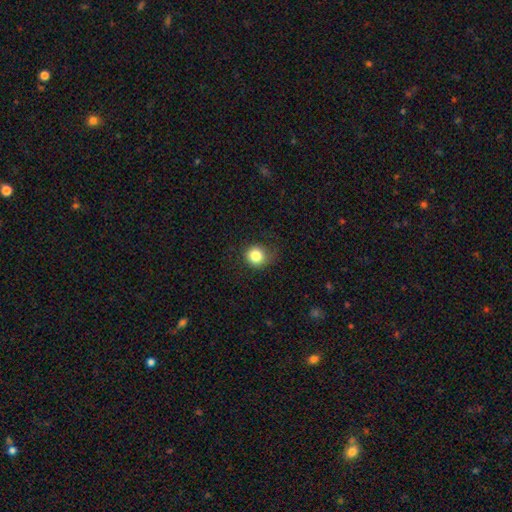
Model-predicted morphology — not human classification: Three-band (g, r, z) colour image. It shows a smooth galaxy with no disk features (83%) that is round (88%). Merging: none (74%).